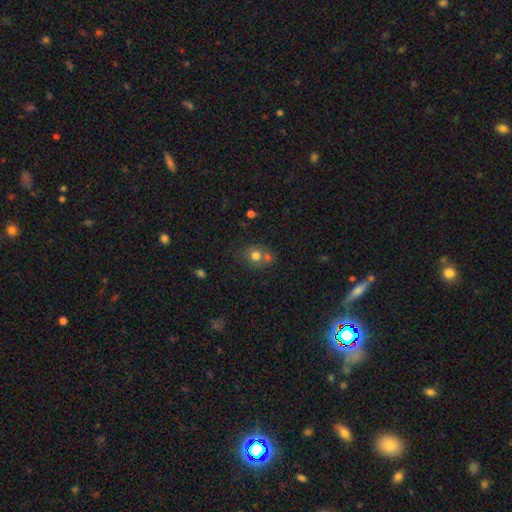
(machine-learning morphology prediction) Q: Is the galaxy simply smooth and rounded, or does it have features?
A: smooth — 74%.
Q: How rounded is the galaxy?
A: round — 75%.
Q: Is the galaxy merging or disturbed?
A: none — 48%.